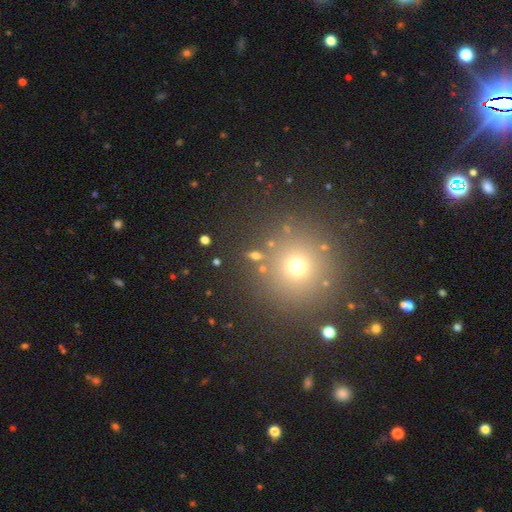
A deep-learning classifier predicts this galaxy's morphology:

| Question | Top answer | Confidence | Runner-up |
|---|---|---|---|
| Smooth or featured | smooth | 61% | star or artifact (27%) |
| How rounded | round | 63% | in between (32%) |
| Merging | none | 81% | minor disturbance (8%) |